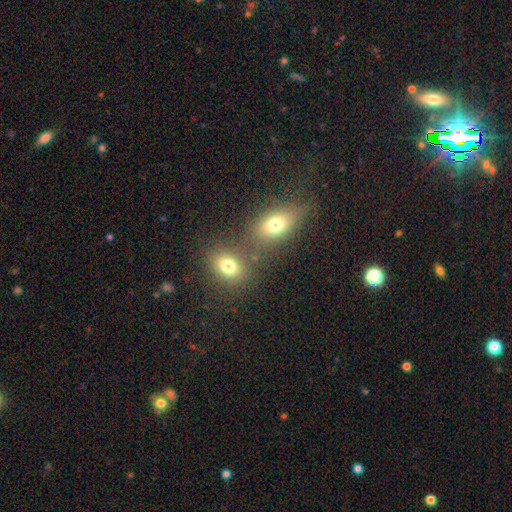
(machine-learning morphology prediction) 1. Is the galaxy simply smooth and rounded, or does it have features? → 72% smooth, 15% star or artifact, 13% featured or disk.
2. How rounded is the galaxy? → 63% in between, 34% round, 3% cigar-shaped.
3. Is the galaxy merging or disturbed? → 51% none, 34% merger, 10% minor disturbance, 4% major disturbance.